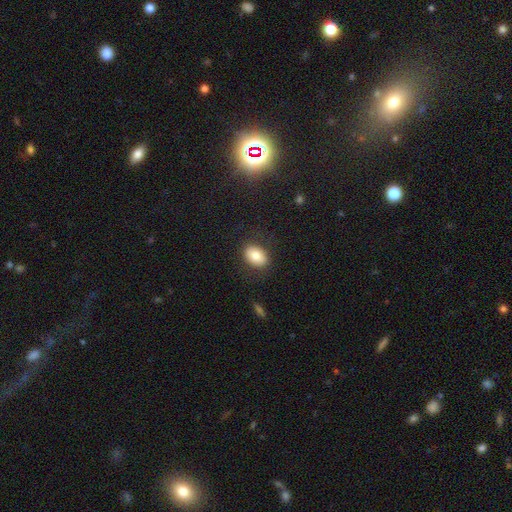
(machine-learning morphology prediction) A smooth galaxy with no disk features (79%) that is in between round and cigar-shaped (80%). Merging: none (83%).